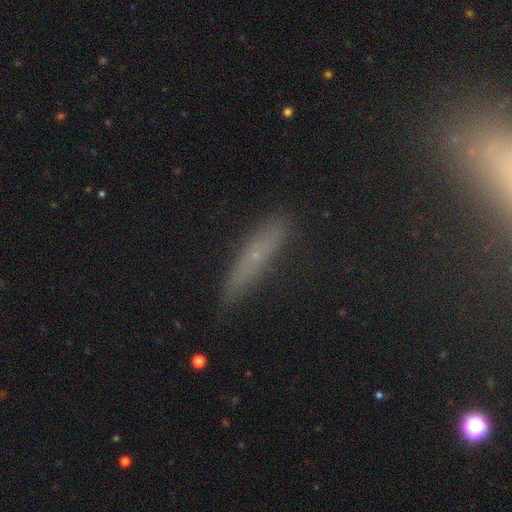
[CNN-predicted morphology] This appears to be a smooth galaxy with no disk features (49%). Merging: none (83%).